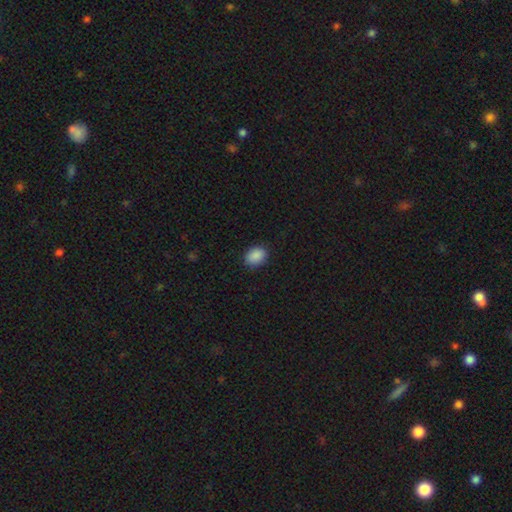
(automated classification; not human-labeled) Smooth or featured: smooth — 89% (star or artifact — 8%)
How rounded: in between — 70% (round — 29%)
Merging: none — 85% (minor disturbance — 11%)